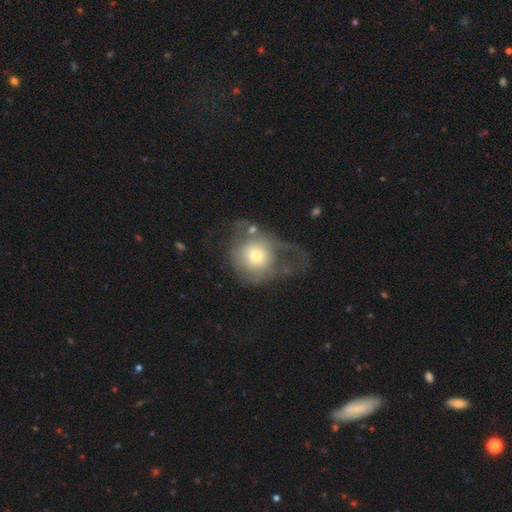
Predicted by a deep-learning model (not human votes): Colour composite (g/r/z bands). It shows a smooth galaxy with no disk features (53%) that is round (72%). Merging: major disturbance (50%).